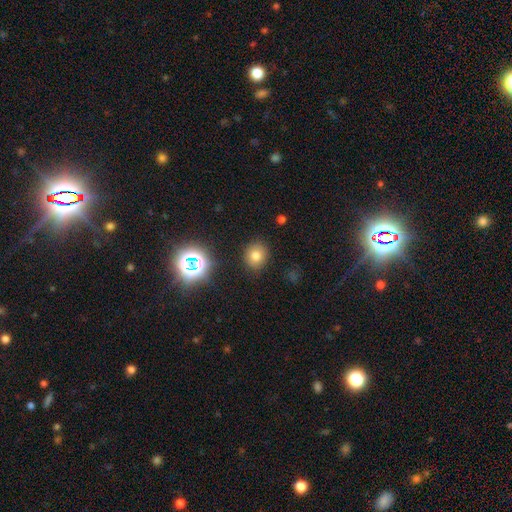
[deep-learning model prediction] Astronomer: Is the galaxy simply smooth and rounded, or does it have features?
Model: smooth — 74%.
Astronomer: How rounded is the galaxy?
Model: round — 76%.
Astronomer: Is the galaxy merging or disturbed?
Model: none — 88%.